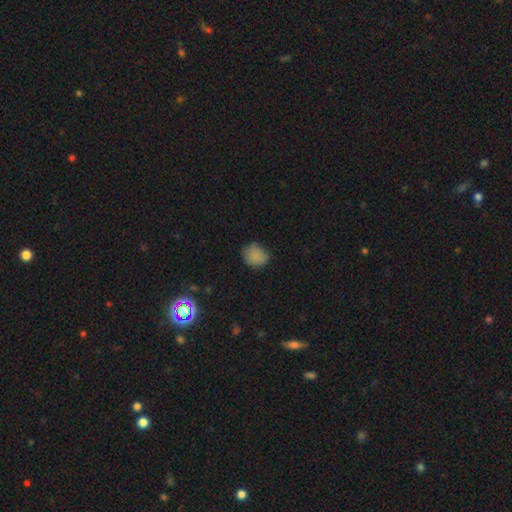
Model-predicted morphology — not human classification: A smooth galaxy with no disk features (82%) that is round (64%).

Vote fractions:
- Smooth or featured? smooth: 82% / star or artifact: 12% / featured or disk: 6%
- How rounded? round: 64% / in between: 35% / cigar-shaped: 1%
- Merging? none: 69% / minor disturbance: 24% / major disturbance: 5% / merger: 2%